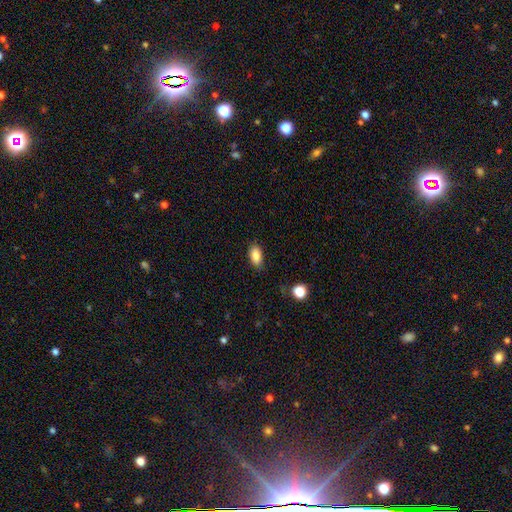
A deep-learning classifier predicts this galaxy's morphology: Smooth or featured?
  - smooth: 87% *
  - star or artifact: 8%
  - featured or disk: 5%
How rounded?
  - in between: 91% *
  - round: 5%
  - cigar-shaped: 4%
Merging?
  - none: 85% *
  - minor disturbance: 12%
  - major disturbance: 3%
  - merger: 1%